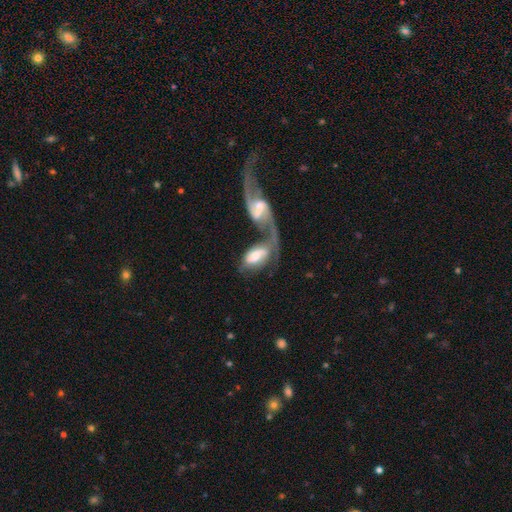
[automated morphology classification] Smooth or featured? featured or disk (54%)
Edge-on disk? no (93%)
Merging? merger (70%)